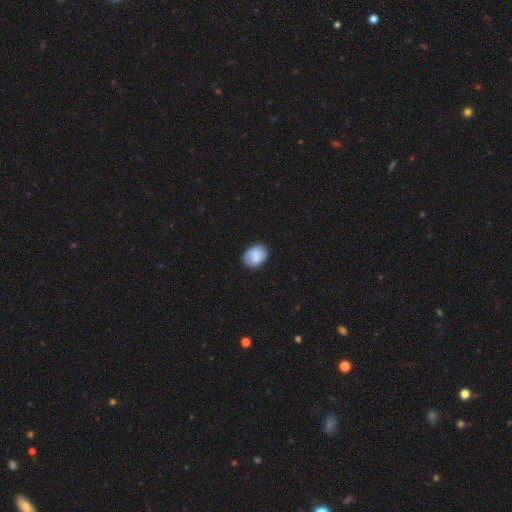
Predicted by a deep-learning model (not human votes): smooth-or-featured: smooth: 84% | featured or disk: 9% | star or artifact: 7%
  how-rounded: in between: 62% | round: 37% | cigar-shaped: 1%
  merging: none: 81% | minor disturbance: 15% | major disturbance: 3% | merger: 1%